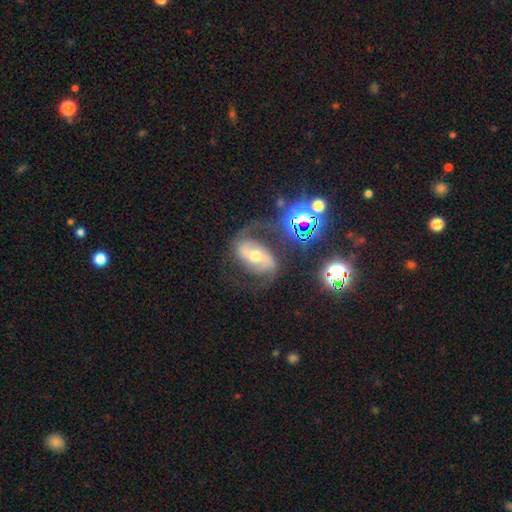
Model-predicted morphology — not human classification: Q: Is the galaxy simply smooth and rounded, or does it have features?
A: featured or disk — 79%.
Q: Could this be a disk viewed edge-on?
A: no — 96%.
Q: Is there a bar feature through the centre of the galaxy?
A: strong — 48%.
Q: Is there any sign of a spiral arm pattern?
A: yes — 93%.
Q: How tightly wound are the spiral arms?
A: medium — 44%.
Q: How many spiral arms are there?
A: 2 — 90%.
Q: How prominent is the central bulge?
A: moderate — 63%.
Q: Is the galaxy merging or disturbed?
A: none — 67%.